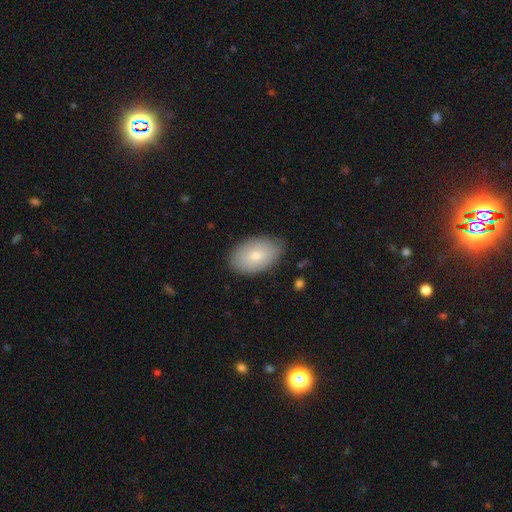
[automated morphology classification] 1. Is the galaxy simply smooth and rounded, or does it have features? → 77% smooth, 17% featured or disk, 6% star or artifact.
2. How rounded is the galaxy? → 91% in between, 7% round, 1% cigar-shaped.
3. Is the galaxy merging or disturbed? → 82% none, 15% minor disturbance, 3% major disturbance, 1% merger.